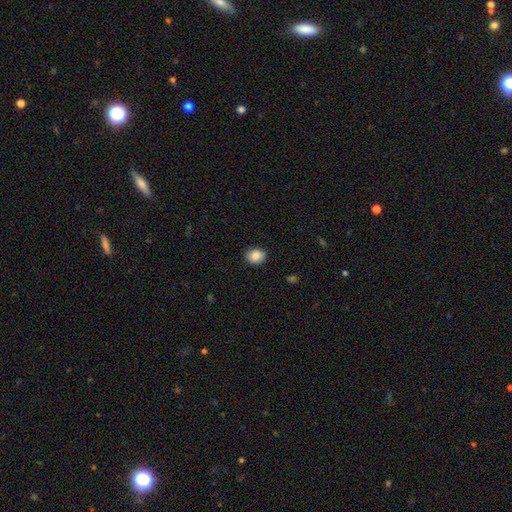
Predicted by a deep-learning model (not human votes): smooth 86%, star or artifact 8%, featured or disk 6%. Down the decision tree: how rounded — round (51%); merging — none (86%).